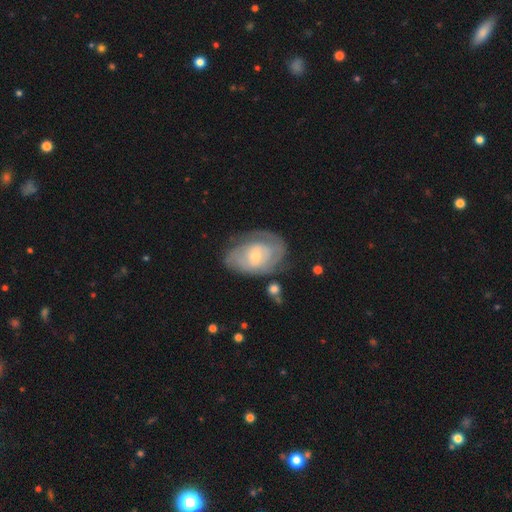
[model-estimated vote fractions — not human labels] Smooth or featured?
  - featured or disk: 72% *
  - smooth: 22%
  - star or artifact: 6%
Edge-on disk?
  - no: 96% *
  - yes: 4%
Bar?
  - no: 74% *
  - weak: 22%
  - strong: 4%
Spiral arms?
  - yes: 81% *
  - no: 19%
Spiral winding?
  - tight: 67% *
  - medium: 24%
  - loose: 9%
Spiral arm count?
  - can't tell: 51% *
  - 2: 25%
  - 3: 10%
  - 1: 7%
  - 4: 4%
  - more than 4: 3%
Bulge size?
  - small: 59% *
  - moderate: 37%
  - large: 2%
  - none: 1%
  - dominant: 1%
Merging?
  - none: 61% *
  - minor disturbance: 23%
  - major disturbance: 12%
  - merger: 4%